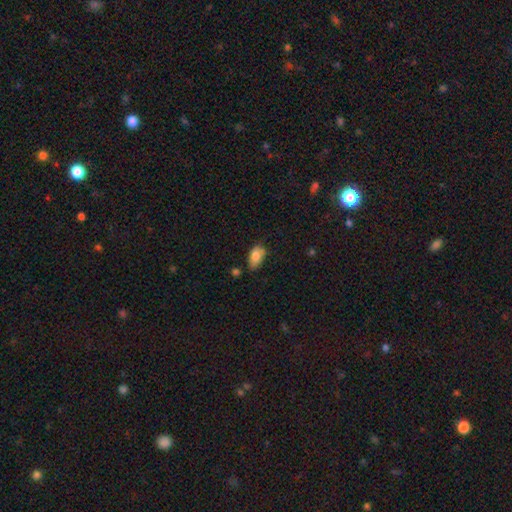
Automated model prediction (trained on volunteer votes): Smooth or featured?
  - smooth: 83% *
  - featured or disk: 10%
  - star or artifact: 8%
How rounded?
  - in between: 91% *
  - round: 6%
  - cigar-shaped: 2%
Merging?
  - none: 55% *
  - minor disturbance: 34%
  - major disturbance: 7%
  - merger: 4%